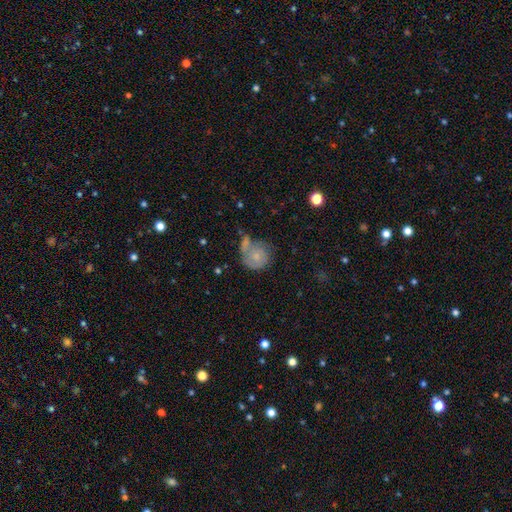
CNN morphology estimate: The model was most divided on "merging": none: 42%, merger: 26%, minor disturbance: 20%, major disturbance: 12%. More confident: how rounded — round (82%); smooth or featured — smooth (54%).